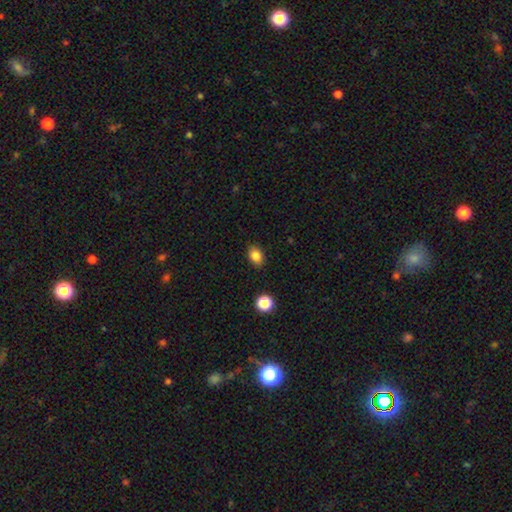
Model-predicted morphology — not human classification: Smooth or featured? Predicted: smooth (p=0.84). How rounded? Predicted: in between (p=0.73). Merging? Predicted: none (p=0.86).